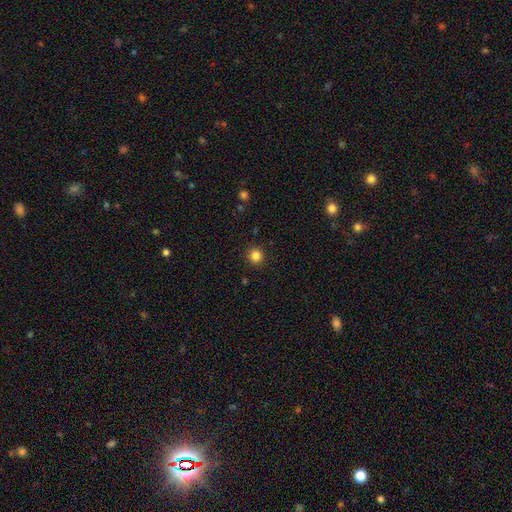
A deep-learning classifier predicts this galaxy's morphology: This appears to be a smooth galaxy with no disk features (83%) that is round (94%). Merging: none (92%).